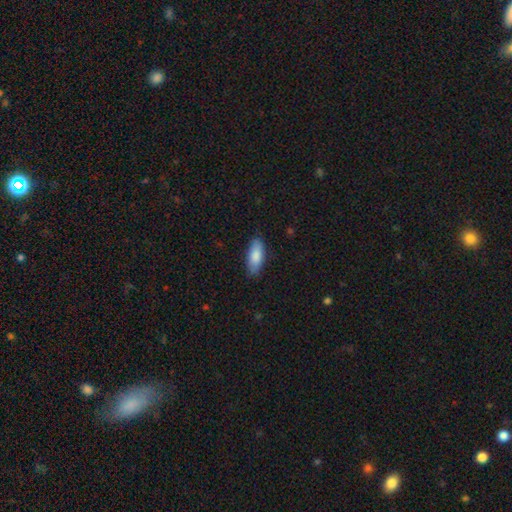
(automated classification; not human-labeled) smooth-or-featured: smooth: 85% | featured or disk: 9% | star or artifact: 6%
  how-rounded: in between: 79% | cigar-shaped: 20% | round: 2%
  merging: none: 82% | minor disturbance: 14% | major disturbance: 3% | merger: 1%